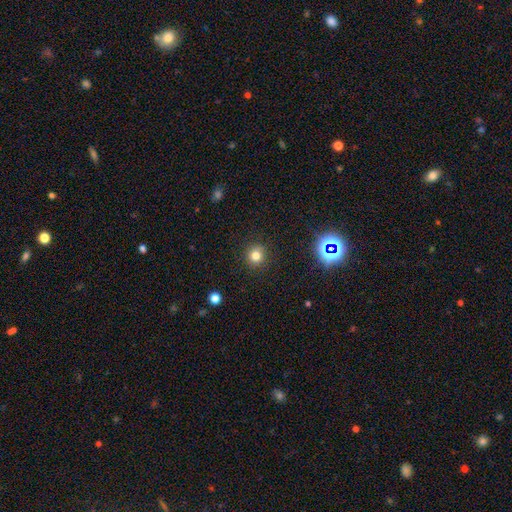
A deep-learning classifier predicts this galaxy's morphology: smooth 78%, star or artifact 16%, featured or disk 6%. Down the decision tree: how rounded — round (93%); merging — none (90%).